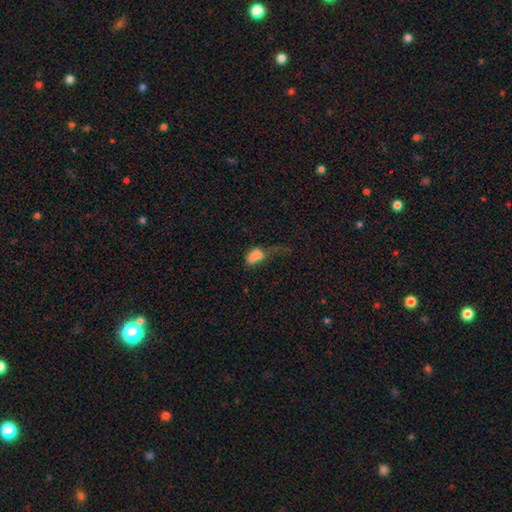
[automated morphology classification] type=smooth (75%); roundness=in between (86%); merging=major disturbance (52%).